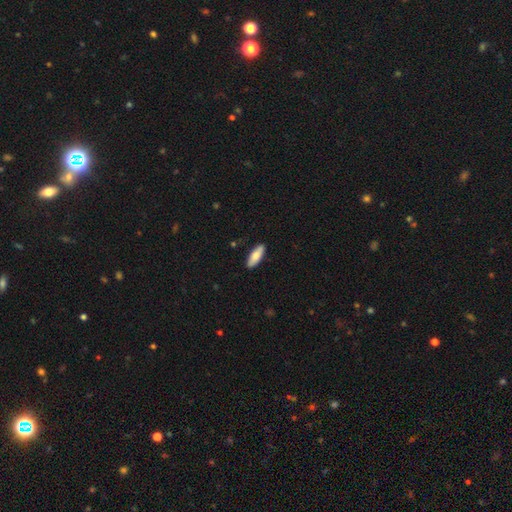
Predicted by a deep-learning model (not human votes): Smooth or featured: smooth — 79% (featured or disk — 16%)
How rounded: in between — 64% (cigar-shaped — 34%)
Merging: none — 88% (minor disturbance — 9%)